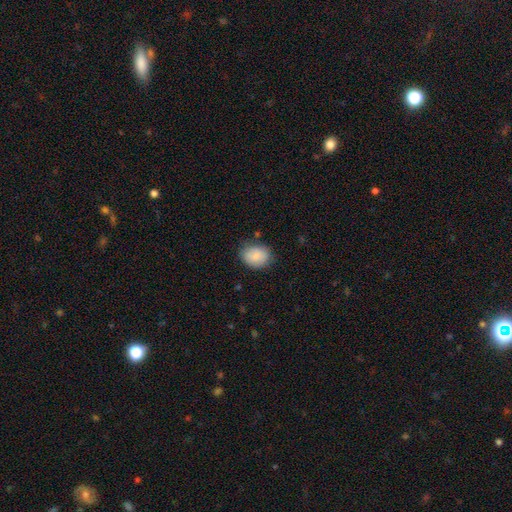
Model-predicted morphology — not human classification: A smooth galaxy with no disk features (87%) that is in between round and cigar-shaped (53%).

Vote fractions:
- Smooth or featured? smooth: 87% / star or artifact: 7% / featured or disk: 6%
- How rounded? in between: 53% / round: 47% / cigar-shaped: 1%
- Merging? none: 79% / minor disturbance: 16% / major disturbance: 4% / merger: 2%